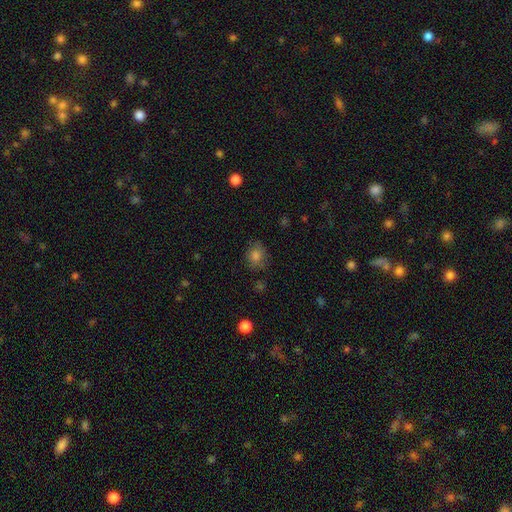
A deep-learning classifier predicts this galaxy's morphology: smooth_or_featured: smooth (p=0.78) [alt: star or artifact p=0.12]
how_rounded: round (p=0.67) [alt: in between p=0.32]
merging: none (p=0.72) [alt: minor disturbance p=0.19]